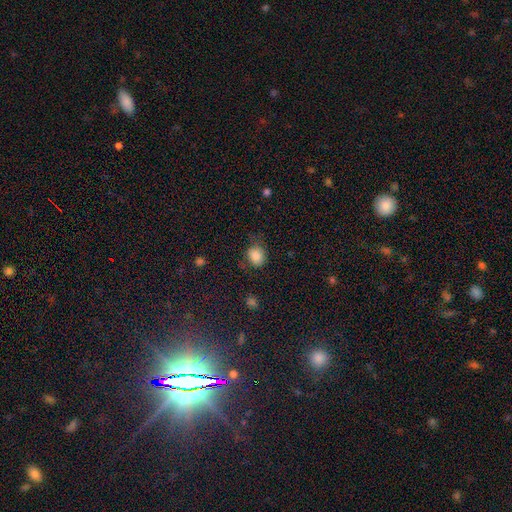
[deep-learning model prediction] The model was most divided on "how rounded": round: 63%, in between: 37%, cigar-shaped: 1%. More confident: smooth or featured — smooth (84%); merging — none (64%).